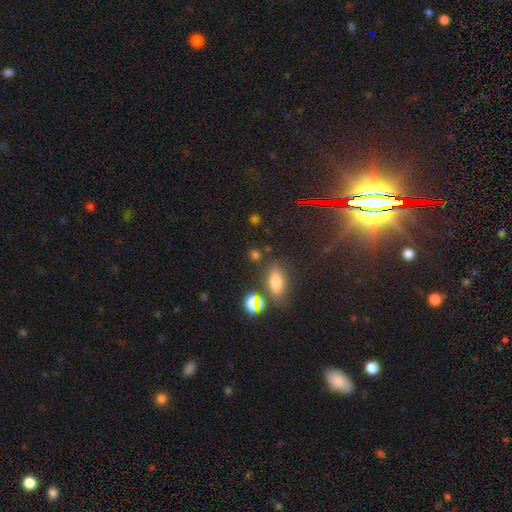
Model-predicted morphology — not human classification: This is possibly a smooth galaxy (56%). How rounded: likely in between (67%). Merging: likely none (73%).